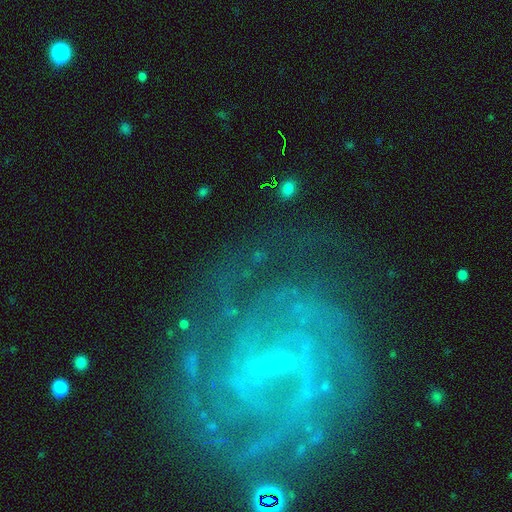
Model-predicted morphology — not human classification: A featured or disk galaxy (82%) with a weak bar (46%), tight (59%) spiral arms (88%) and a small central bulge (50%). Merging: none (66%).